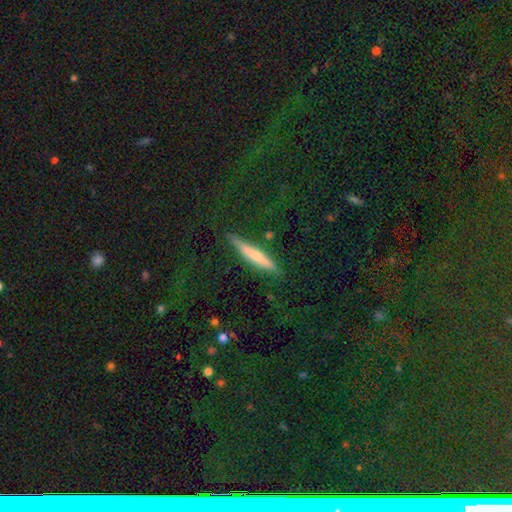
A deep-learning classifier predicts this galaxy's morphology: A smooth galaxy with no disk features (54%) that is cigar-shaped (90%). Merging: none (83%).